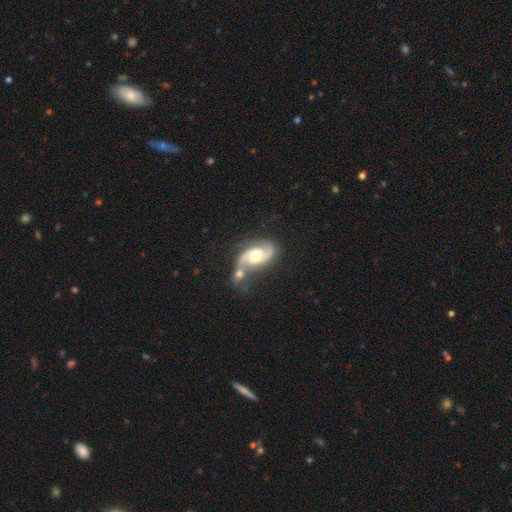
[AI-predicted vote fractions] Morphology: type=featured or disk (86%); edge-on=no (97%); bar=no (44%); spiral arms=yes (96%); winding=medium (53%); arm count=2 (90%); bulge=moderate (65%); merging=merger (43%).